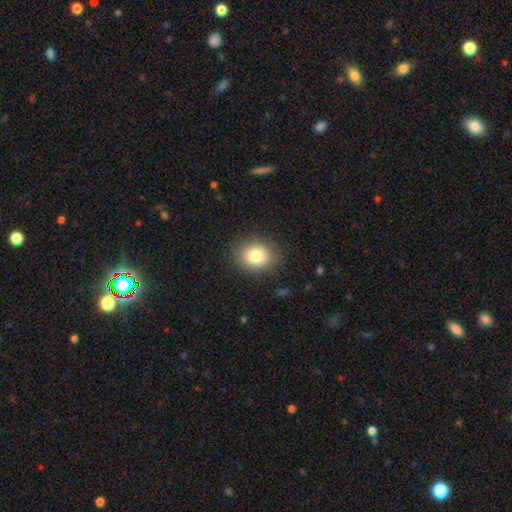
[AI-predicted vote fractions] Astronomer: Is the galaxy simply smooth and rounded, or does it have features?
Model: smooth — 80%.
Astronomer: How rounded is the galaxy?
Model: round — 64%.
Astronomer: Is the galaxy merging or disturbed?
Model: none — 86%.